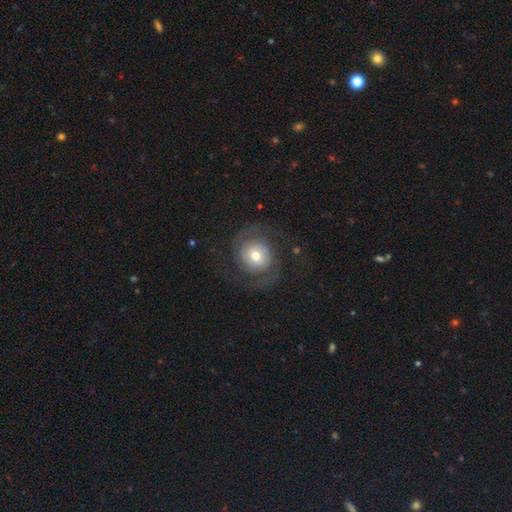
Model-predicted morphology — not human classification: featured or disk 66%, smooth 26%, star or artifact 8%. Down the decision tree: edge-on disk — no (97%); bar — no (72%); spiral arms — yes (86%); spiral arm count — 2 (83%); spiral winding — medium (42%); bulge size — moderate (62%); merging — none (69%).